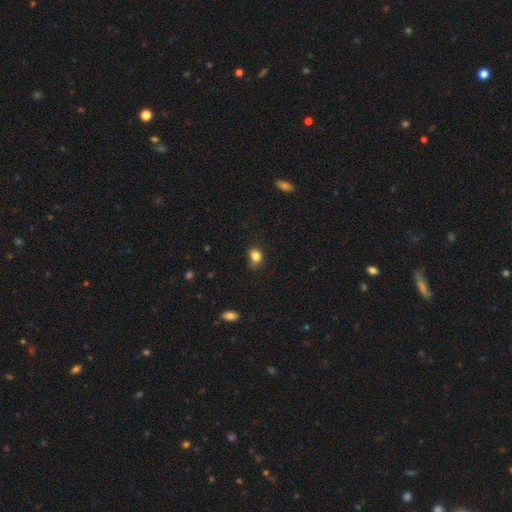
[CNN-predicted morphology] This appears to be a smooth galaxy with no disk features (83%) that is in between round and cigar-shaped (50%). Merging: none (73%).